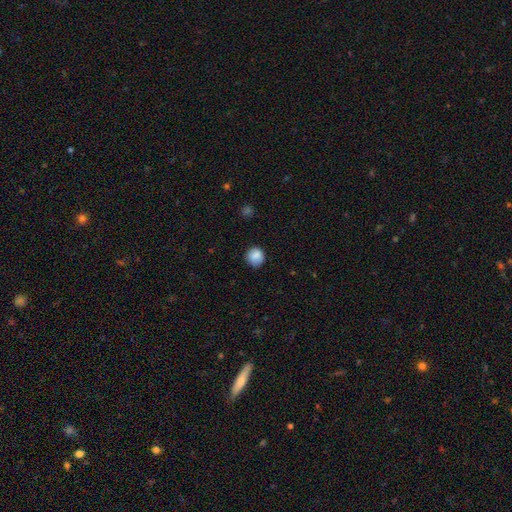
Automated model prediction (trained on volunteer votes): smooth_or_featured: smooth (p=0.84) [alt: star or artifact p=0.09]
how_rounded: round (p=0.88) [alt: in between p=0.11]
merging: none (p=0.82) [alt: minor disturbance p=0.14]